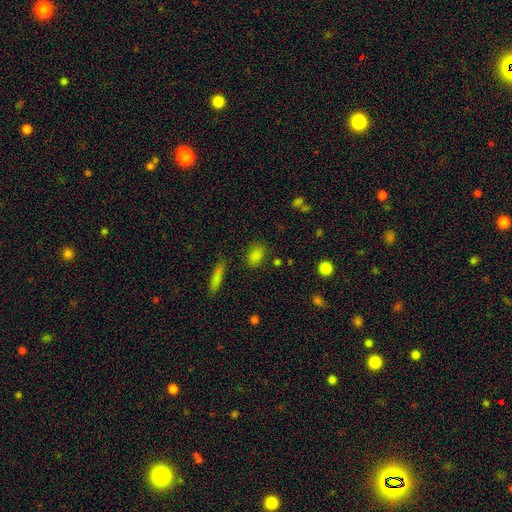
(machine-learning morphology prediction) Smooth or featured? smooth (83%)
How rounded? in between (79%)
Merging? none (80%)